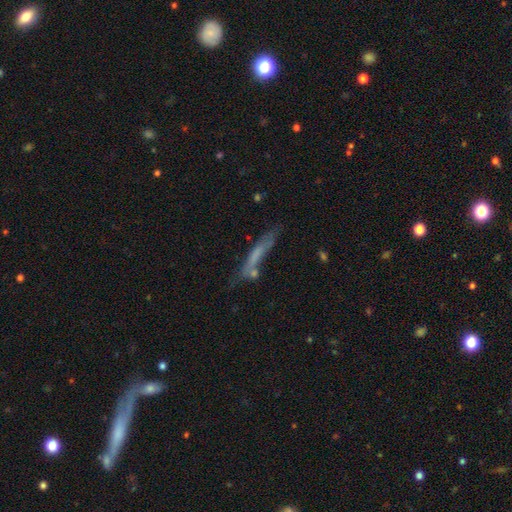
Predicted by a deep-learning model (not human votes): Smooth or featured? Predicted: smooth (p=0.50). How rounded? Predicted: cigar-shaped (p=0.88). Merging? Predicted: none (p=0.53).